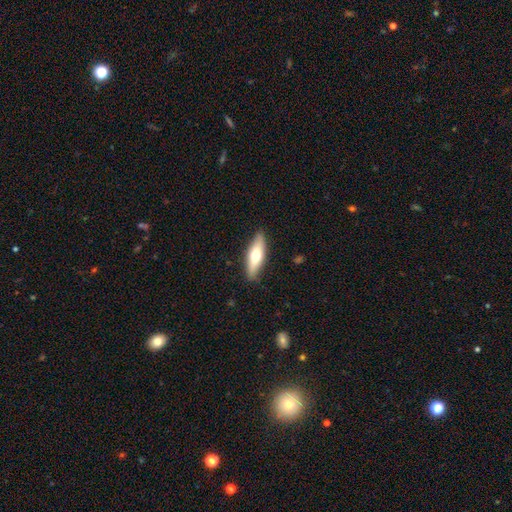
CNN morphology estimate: Smooth or featured? Predicted: smooth (p=0.62). How rounded? Predicted: in between (p=0.50). Merging? Predicted: none (p=0.86).